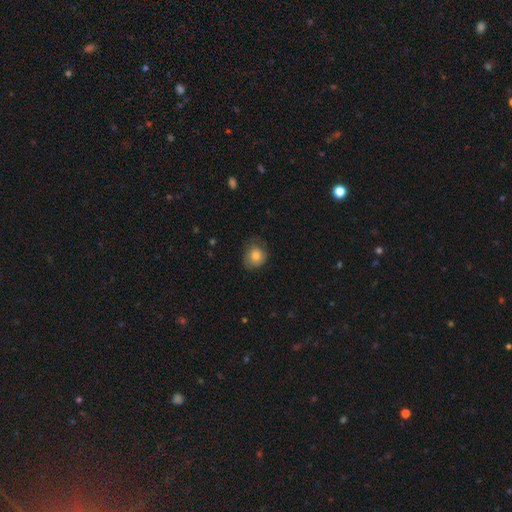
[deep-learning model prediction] This appears to be a smooth galaxy with no disk features (76%) that is round (72%). Merging: none (66%).